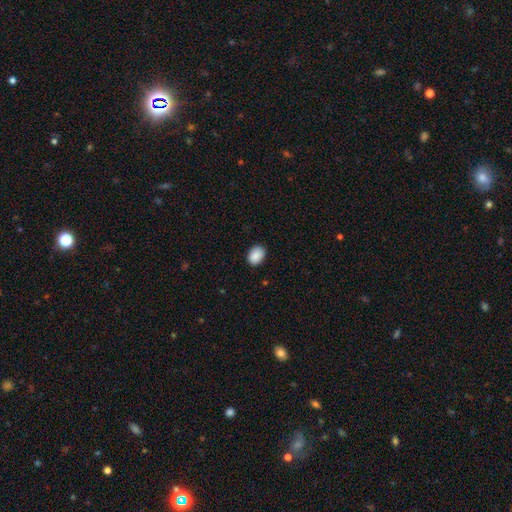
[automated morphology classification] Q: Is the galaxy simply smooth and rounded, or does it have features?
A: smooth — 89%.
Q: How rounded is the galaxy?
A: in between — 70%.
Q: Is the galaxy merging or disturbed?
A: none — 87%.